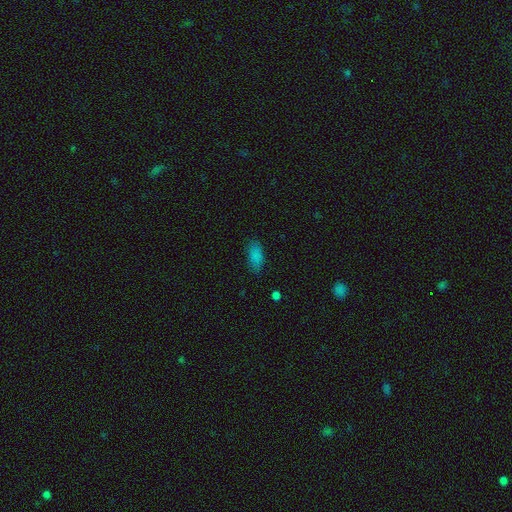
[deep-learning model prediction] Morphology: type=smooth (84%); roundness=in between (87%); merging=none (80%).